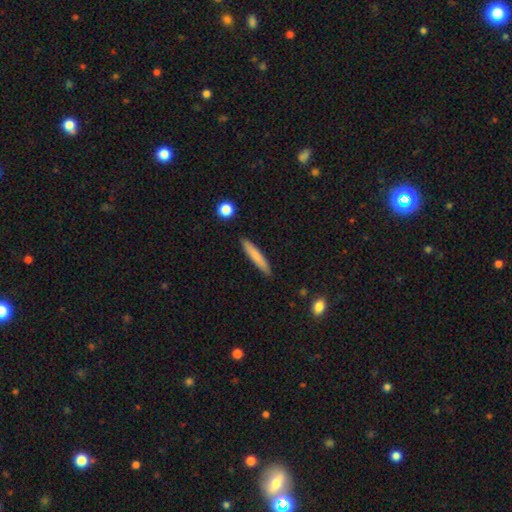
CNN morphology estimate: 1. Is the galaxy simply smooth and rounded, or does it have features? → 77% smooth, 16% featured or disk, 6% star or artifact.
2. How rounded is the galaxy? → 93% cigar-shaped, 6% in between, 1% round.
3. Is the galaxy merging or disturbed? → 89% none, 8% minor disturbance, 2% major disturbance, 1% merger.